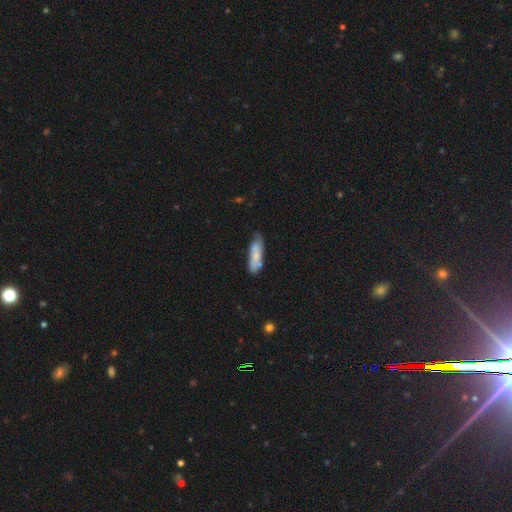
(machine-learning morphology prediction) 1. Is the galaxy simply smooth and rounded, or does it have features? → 61% smooth, 32% featured or disk, 6% star or artifact.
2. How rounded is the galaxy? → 53% cigar-shaped, 45% in between, 2% round.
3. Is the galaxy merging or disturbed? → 56% none, 28% minor disturbance, 8% merger, 8% major disturbance.